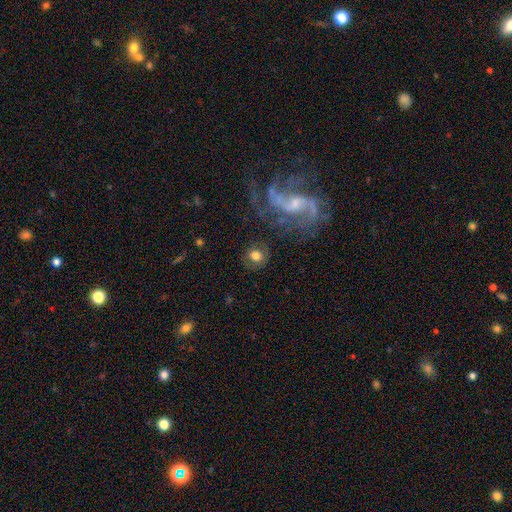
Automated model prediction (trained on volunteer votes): smooth 65%, featured or disk 25%, star or artifact 10%. Down the decision tree: how rounded — round (84%); merging — none (77%).